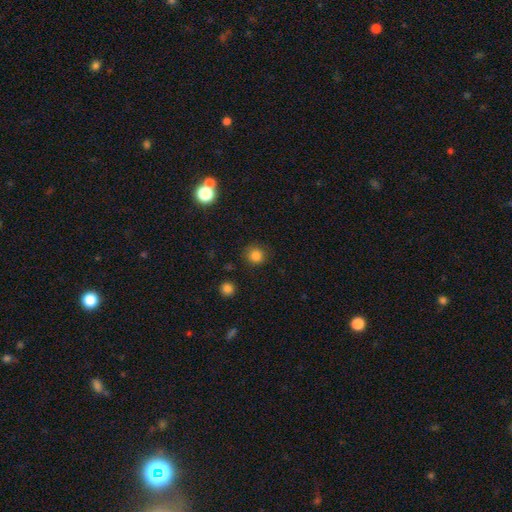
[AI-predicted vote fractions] Smooth or featured?
  - smooth: 83% *
  - star or artifact: 13%
  - featured or disk: 5%
How rounded?
  - round: 91% *
  - in between: 9%
  - cigar-shaped: 1%
Merging?
  - none: 86% *
  - minor disturbance: 10%
  - major disturbance: 3%
  - merger: 2%